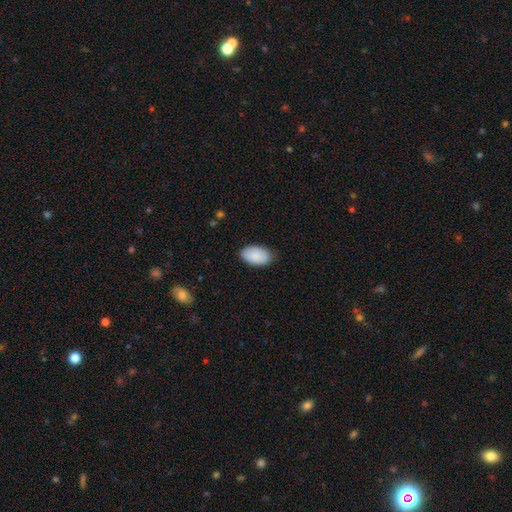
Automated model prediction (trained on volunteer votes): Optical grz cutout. It shows a smooth galaxy with no disk features (87%) that is in between round and cigar-shaped (95%). Merging: none (82%).